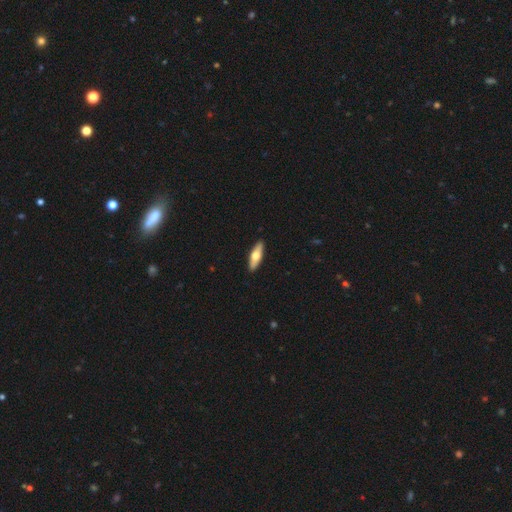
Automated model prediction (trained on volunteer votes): This appears to be a smooth galaxy with no disk features (56%) that is cigar-shaped (55%). Merging: none (91%).